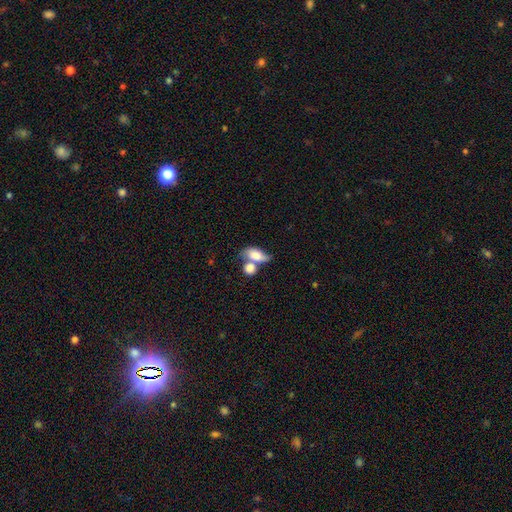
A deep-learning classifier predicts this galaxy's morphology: type=smooth (72%); roundness=in between (80%); merging=merger (56%).